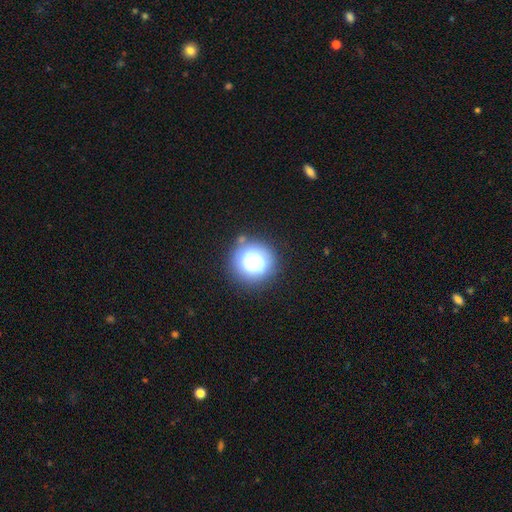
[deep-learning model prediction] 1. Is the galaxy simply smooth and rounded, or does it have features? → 69% smooth, 21% featured or disk, 10% star or artifact.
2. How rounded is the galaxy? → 93% round, 6% in between, 1% cigar-shaped.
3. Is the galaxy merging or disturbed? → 77% none, 14% minor disturbance, 5% major disturbance, 4% merger.